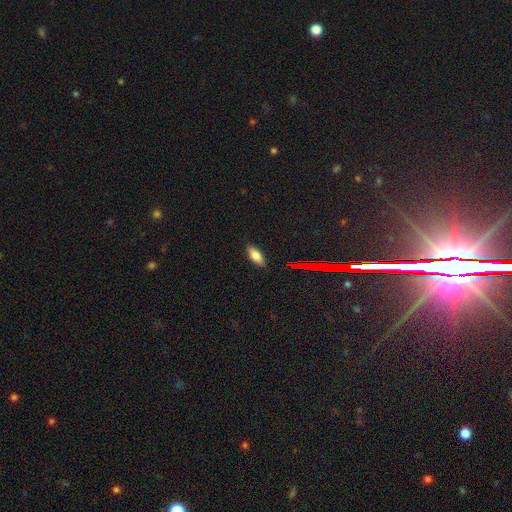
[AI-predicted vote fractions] Q: Smooth or featured?
A: smooth (77%); runner-up: featured or disk (12%)
Q: How rounded?
A: in between (80%); runner-up: cigar-shaped (18%)
Q: Merging?
A: none (86%); runner-up: minor disturbance (10%)